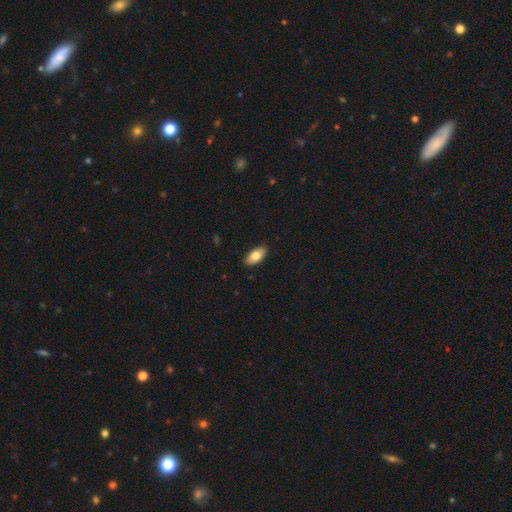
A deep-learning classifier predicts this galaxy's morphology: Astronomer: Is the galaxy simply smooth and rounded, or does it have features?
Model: smooth — 79%.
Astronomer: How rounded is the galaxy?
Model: in between — 91%.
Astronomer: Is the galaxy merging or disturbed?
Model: none — 90%.